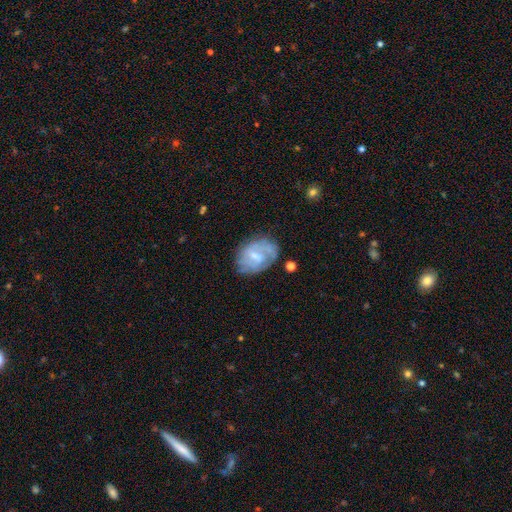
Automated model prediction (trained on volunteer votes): This appears to be a featured or disk galaxy (65%) with a weak bar (58%), spiral arms (71%) and a small central bulge (48%). Merging: none (61%).